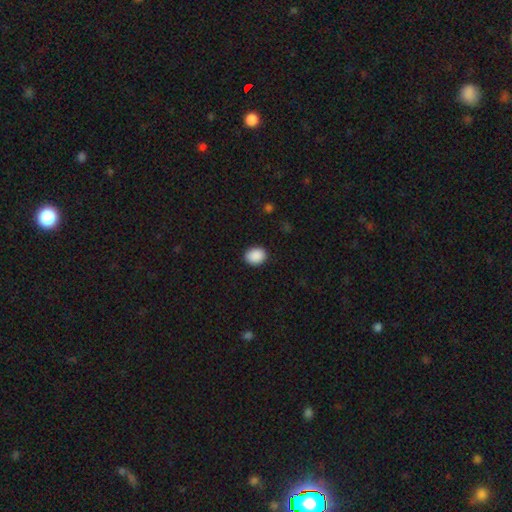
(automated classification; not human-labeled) Smooth or featured? smooth (90%)
How rounded? in between (52%)
Merging? none (89%)